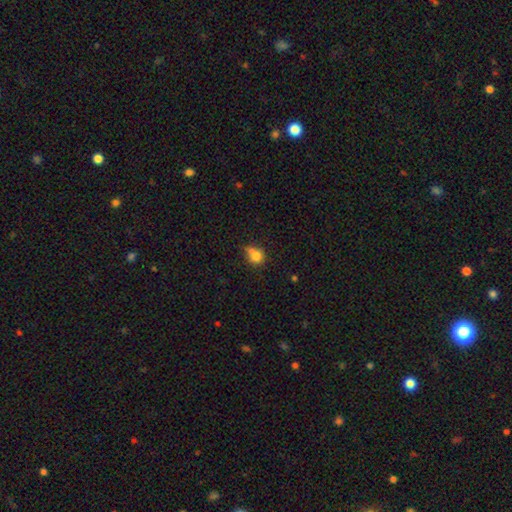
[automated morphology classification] Overall: smooth (79%). How rounded: round (67%; in between 31%). Merging: none (41%; minor disturbance 31%).